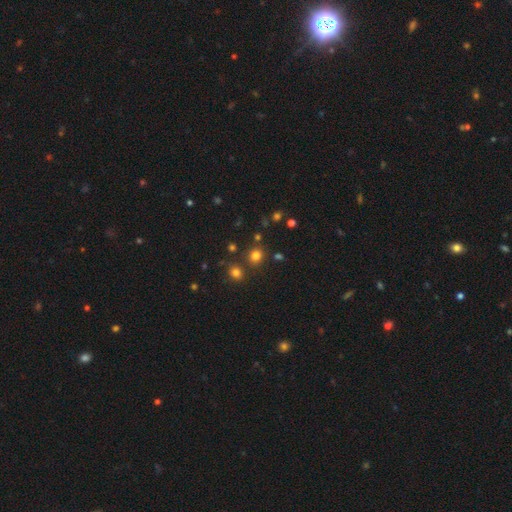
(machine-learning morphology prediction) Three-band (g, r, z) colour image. It shows a smooth galaxy with no disk features (77%) that is round (84%). Merging: none (82%).